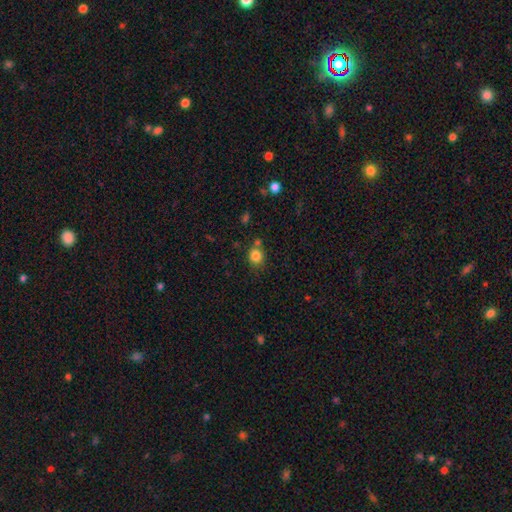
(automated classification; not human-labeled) Q: Smooth or featured?
A: smooth (83%); runner-up: star or artifact (11%)
Q: How rounded?
A: round (78%); runner-up: in between (22%)
Q: Merging?
A: none (68%); runner-up: minor disturbance (14%)